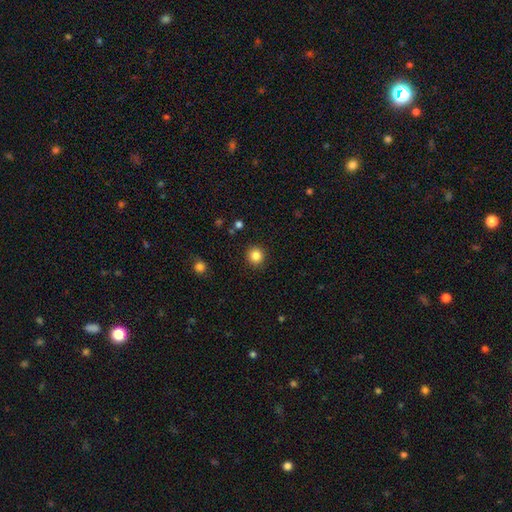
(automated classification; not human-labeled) Overall: smooth (84%). How rounded: round (93%). Merging: none (91%).